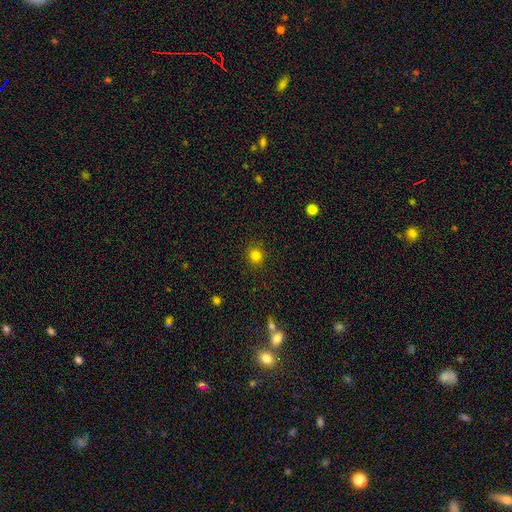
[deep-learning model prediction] This is clearly a smooth galaxy (81%). How rounded: clearly round (86%). Merging: clearly none (89%).